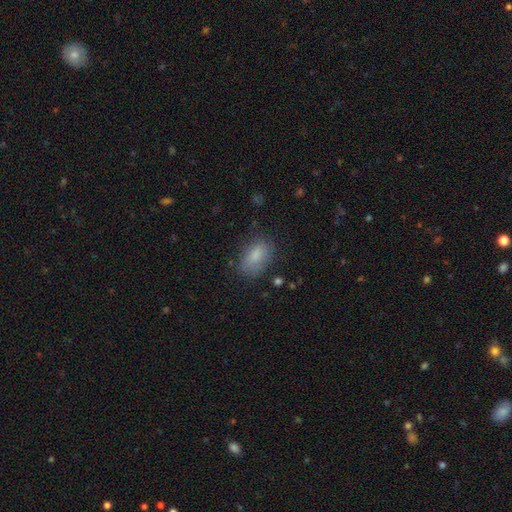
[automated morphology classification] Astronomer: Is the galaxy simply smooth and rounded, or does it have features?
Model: smooth — 83%.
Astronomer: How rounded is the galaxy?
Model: in between — 89%.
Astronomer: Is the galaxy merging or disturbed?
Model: none — 72%.